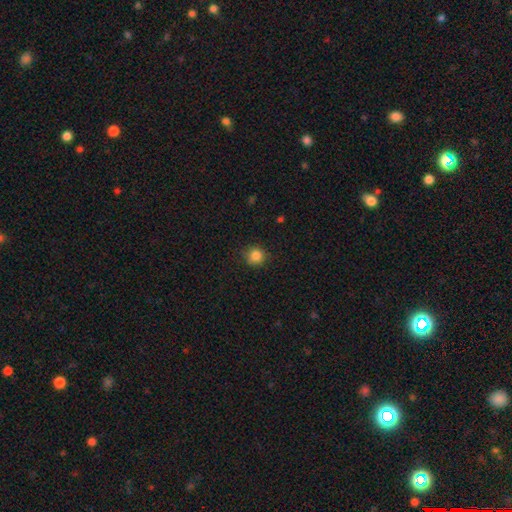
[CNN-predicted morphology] The model was most divided on "smooth or featured": smooth: 85%, star or artifact: 11%, featured or disk: 4%. More confident: how rounded — round (91%); merging — none (85%).